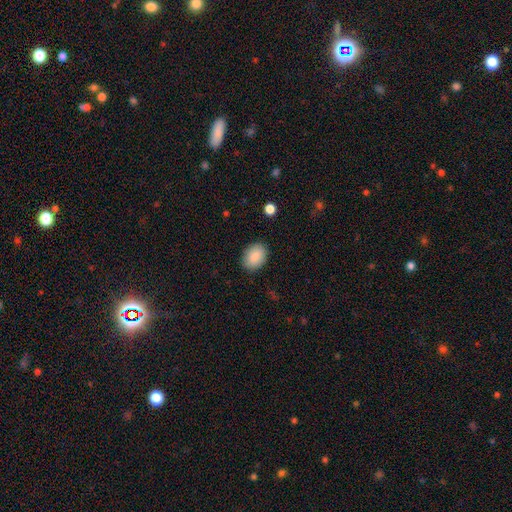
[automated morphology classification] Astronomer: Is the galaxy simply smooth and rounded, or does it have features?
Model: smooth — 87%.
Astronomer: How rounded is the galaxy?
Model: in between — 71%.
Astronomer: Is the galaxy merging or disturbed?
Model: none — 87%.